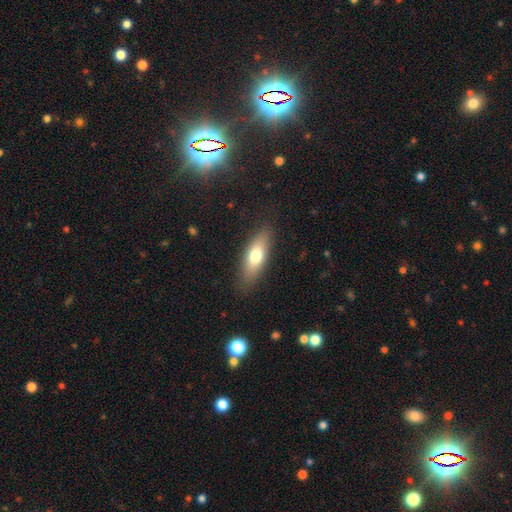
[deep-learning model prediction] Overall: smooth (69%). How rounded: in between (62%; cigar-shaped 35%). Merging: none (85%).